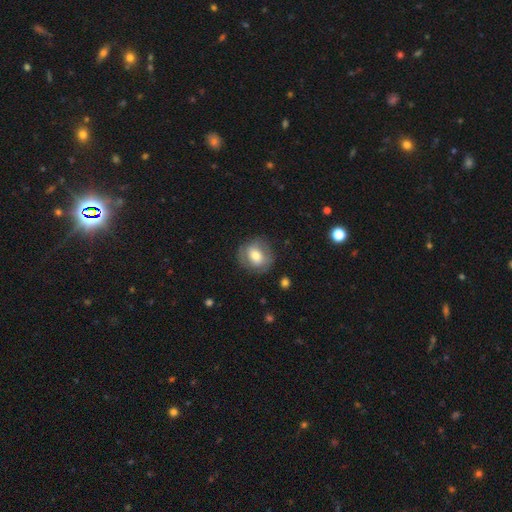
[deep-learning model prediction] smooth-or-featured: smooth: 57% | featured or disk: 36% | star or artifact: 8%
  how-rounded: round: 72% | in between: 27% | cigar-shaped: 1%
  merging: none: 78% | minor disturbance: 14% | major disturbance: 7% | merger: 1%